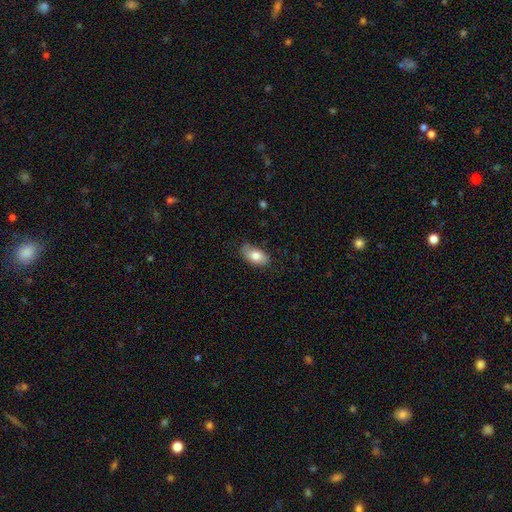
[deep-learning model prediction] Smooth or featured?
  - smooth: 79% *
  - featured or disk: 14%
  - star or artifact: 7%
How rounded?
  - in between: 92% *
  - round: 4%
  - cigar-shaped: 4%
Merging?
  - none: 76% *
  - minor disturbance: 19%
  - major disturbance: 3%
  - merger: 1%